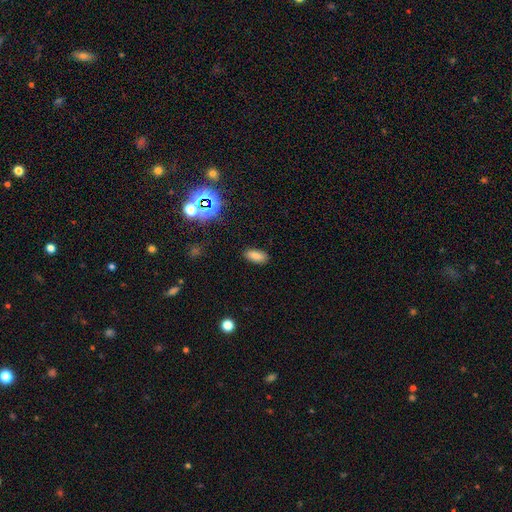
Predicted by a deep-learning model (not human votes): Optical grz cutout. It shows a smooth galaxy with no disk features (80%) that is in between round and cigar-shaped (89%). Merging: none (88%).